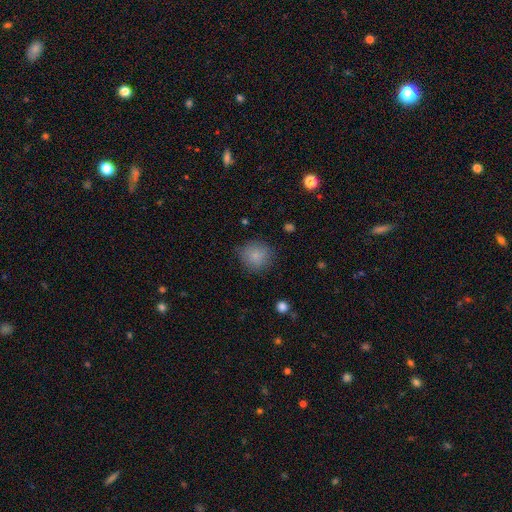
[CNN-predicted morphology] Smooth or featured? smooth (85%)
How rounded? round (90%)
Merging? none (83%)